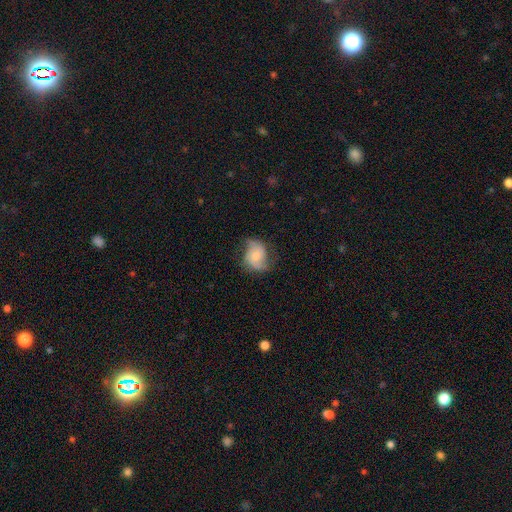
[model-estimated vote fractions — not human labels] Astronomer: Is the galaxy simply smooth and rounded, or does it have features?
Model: featured or disk — 56% (runner-up: smooth, 36%).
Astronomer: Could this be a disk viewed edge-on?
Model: no — 97%.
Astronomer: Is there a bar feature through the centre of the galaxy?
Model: no — 65%.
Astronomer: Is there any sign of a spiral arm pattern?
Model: yes — 88%.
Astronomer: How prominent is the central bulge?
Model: moderate — 47% (runner-up: small, 42%).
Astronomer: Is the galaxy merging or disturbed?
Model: none — 60%.